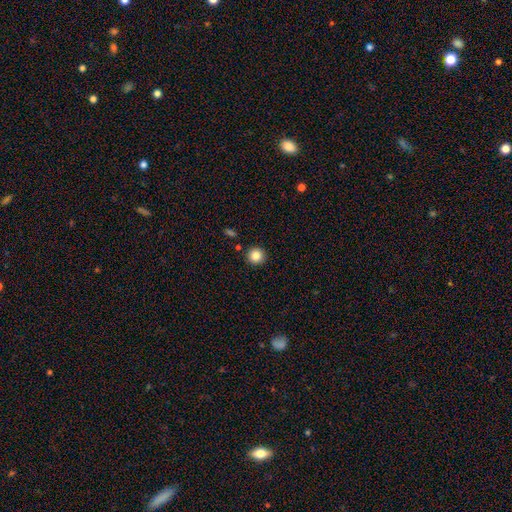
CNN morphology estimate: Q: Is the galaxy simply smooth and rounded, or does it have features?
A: smooth — 85%.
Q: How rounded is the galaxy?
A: round — 95%.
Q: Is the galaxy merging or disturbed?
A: none — 91%.